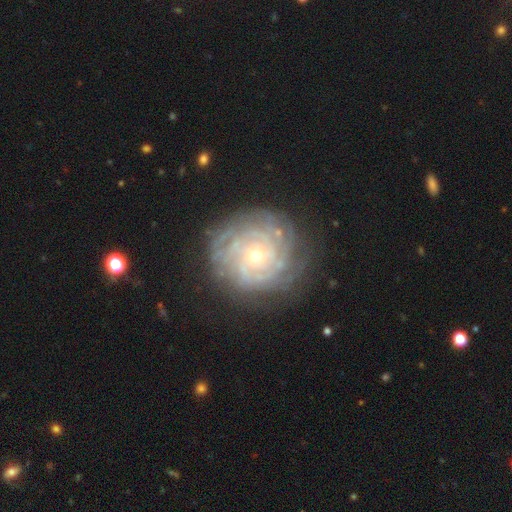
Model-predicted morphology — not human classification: Smooth or featured? Predicted: featured or disk (p=0.83). Edge-on disk? Predicted: no (p=0.97). Bar? Predicted: no (p=0.81). Spiral arms? Predicted: yes (p=0.92). Spiral winding? Predicted: tight (p=0.81). Spiral arm count? Predicted: can't tell (p=0.42). Bulge size? Predicted: small (p=0.67). Merging? Predicted: none (p=0.78).